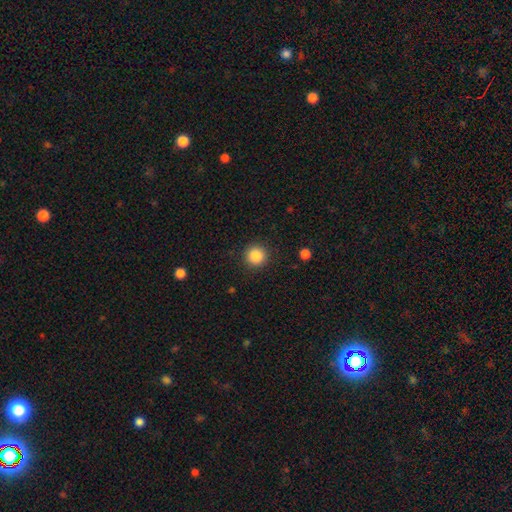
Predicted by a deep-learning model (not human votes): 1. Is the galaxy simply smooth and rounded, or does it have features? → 86% smooth, 10% star or artifact, 4% featured or disk.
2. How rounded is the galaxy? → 95% round, 4% in between, 1% cigar-shaped.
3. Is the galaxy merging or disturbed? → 91% none, 6% minor disturbance, 2% major disturbance, 1% merger.